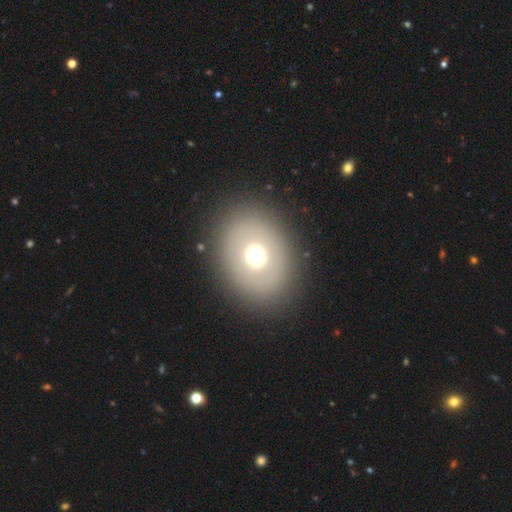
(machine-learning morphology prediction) Smooth or featured: smooth — 61% (featured or disk — 25%)
How rounded: round — 52% (in between — 47%)
Merging: none — 86% (minor disturbance — 7%)